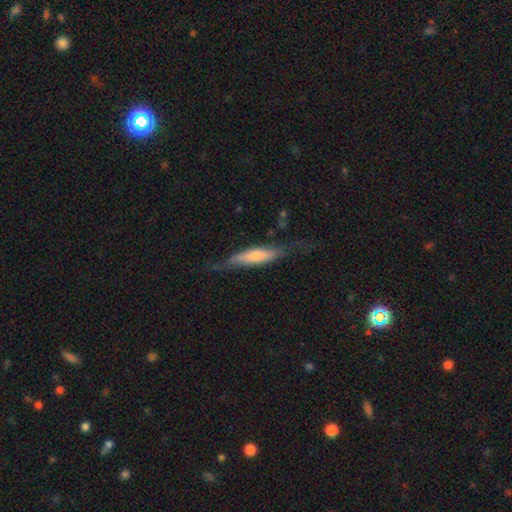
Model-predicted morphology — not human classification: Overall: featured or disk (51%; smooth 42%). Edge-on disk: yes (75%). Merging: none (63%; minor disturbance 23%).